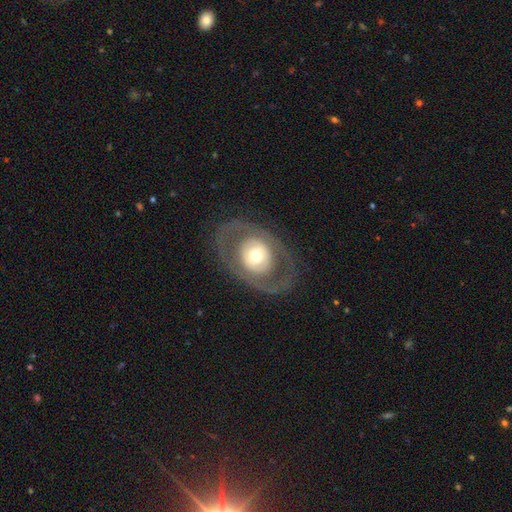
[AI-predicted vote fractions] This appears to be a featured or disk galaxy (62%) with no bar (79%), no spiral arms (79%) and a moderate central bulge (56%). Merging: none (78%).